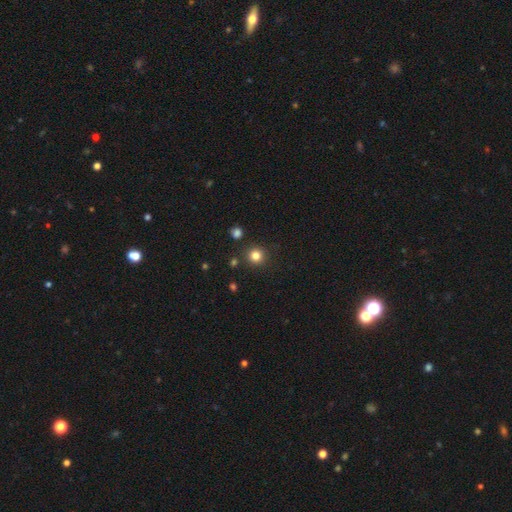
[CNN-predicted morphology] Smooth or featured? smooth (82%)
How rounded? round (93%)
Merging? none (88%)